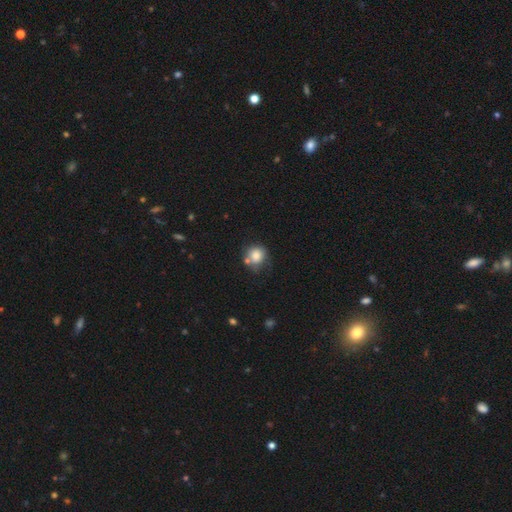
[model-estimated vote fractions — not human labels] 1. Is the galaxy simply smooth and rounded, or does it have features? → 80% smooth, 10% featured or disk, 10% star or artifact.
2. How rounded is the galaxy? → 83% round, 16% in between, 1% cigar-shaped.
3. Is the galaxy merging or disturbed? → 58% none, 19% minor disturbance, 17% merger, 6% major disturbance.